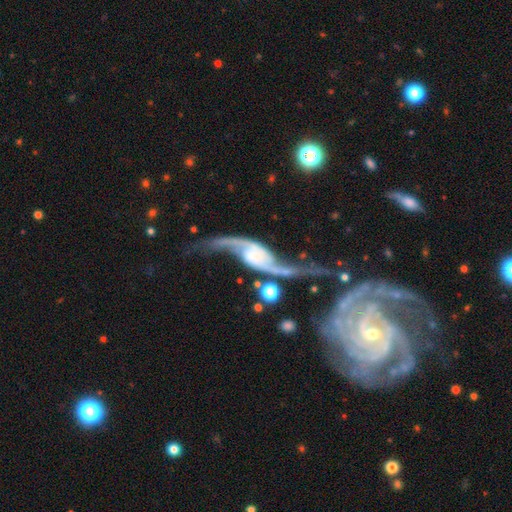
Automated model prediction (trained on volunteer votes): Morphology: type=featured or disk (91%); edge-on=no (92%); bar=no (56%); spiral arms=yes (97%); winding=loose (89%); arm count=2 (95%); bulge=none (45%); merging=none (52%).